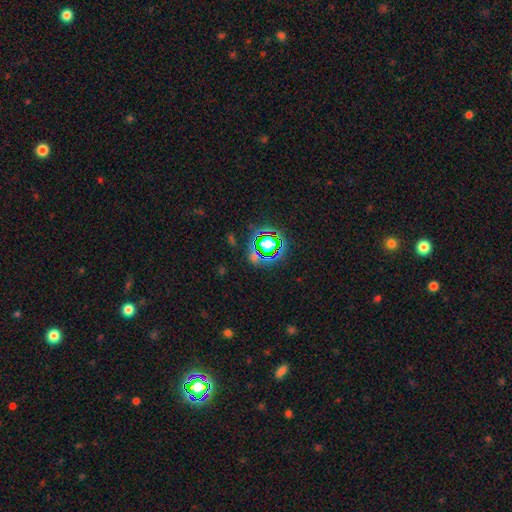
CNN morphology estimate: Smooth or featured? Predicted: star or artifact (p=0.71).